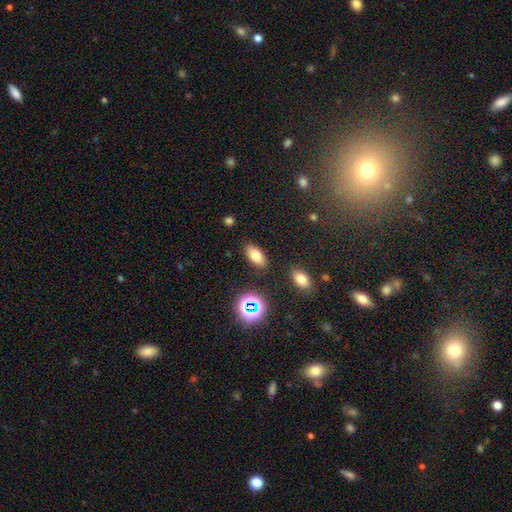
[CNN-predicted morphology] Smooth or featured: smooth — 75% (star or artifact — 14%)
How rounded: in between — 89% (cigar-shaped — 6%)
Merging: none — 85% (minor disturbance — 9%)